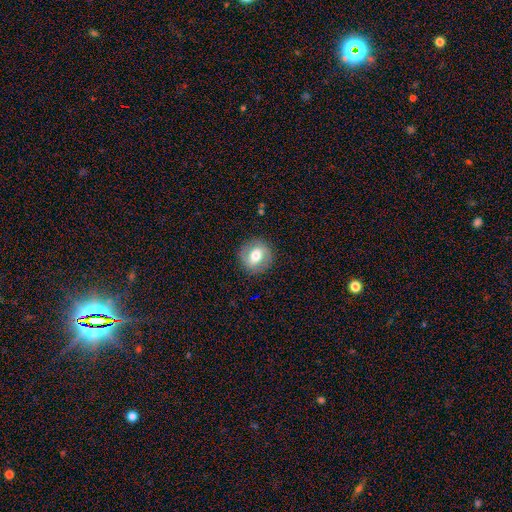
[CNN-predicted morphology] Smooth or featured? smooth (51%)
How rounded? round (82%)
Merging? none (86%)